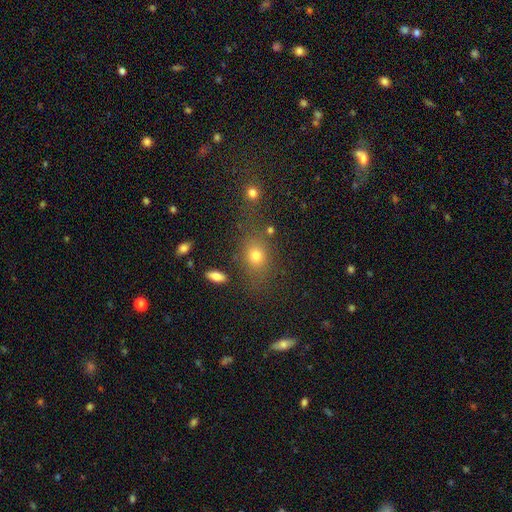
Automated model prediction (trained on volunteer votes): Smooth or featured? Predicted: smooth (p=0.73). How rounded? Predicted: in between (p=0.52). Merging? Predicted: none (p=0.69).